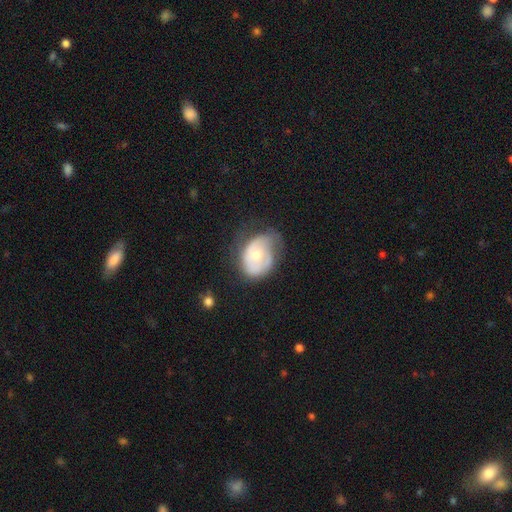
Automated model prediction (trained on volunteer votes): Smooth or featured?
  - featured or disk: 52% *
  - smooth: 41%
  - star or artifact: 7%
Edge-on disk?
  - no: 96% *
  - yes: 4%
Bar?
  - no: 80% *
  - weak: 17%
  - strong: 3%
Spiral arms?
  - yes: 60% *
  - no: 40%
Bulge size?
  - moderate: 55% *
  - small: 38%
  - large: 3%
  - none: 2%
  - dominant: 1%
Merging?
  - none: 38% *
  - minor disturbance: 37%
  - major disturbance: 23%
  - merger: 2%